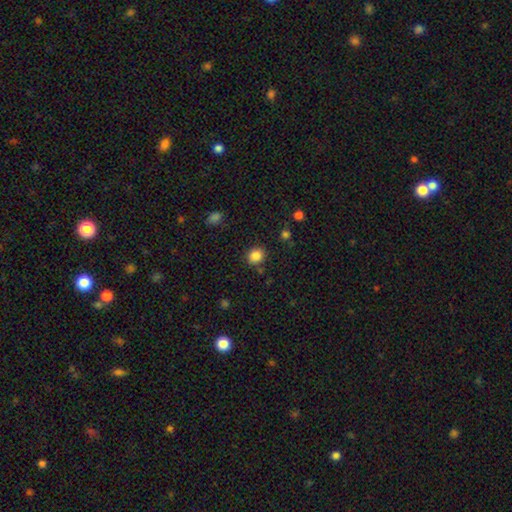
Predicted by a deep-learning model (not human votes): A smooth galaxy with no disk features (85%) that is round (74%).

Vote fractions:
- Smooth or featured? smooth: 85% / star or artifact: 11% / featured or disk: 4%
- How rounded? round: 74% / in between: 25% / cigar-shaped: 1%
- Merging? none: 83% / minor disturbance: 10% / merger: 4% / major disturbance: 3%